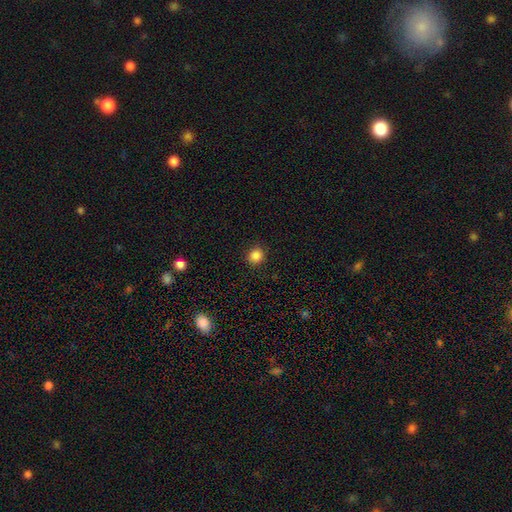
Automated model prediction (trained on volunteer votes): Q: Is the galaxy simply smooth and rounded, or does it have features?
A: smooth — 86%.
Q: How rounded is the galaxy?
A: round — 90%.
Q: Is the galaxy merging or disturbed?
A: none — 91%.